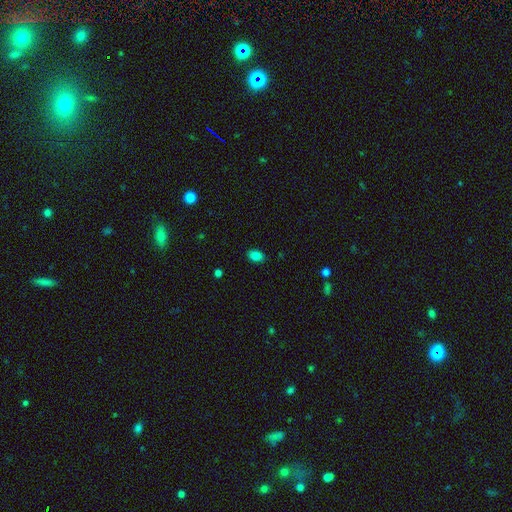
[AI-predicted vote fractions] Morphology: type=smooth (84%); roundness=in between (83%); merging=none (87%).